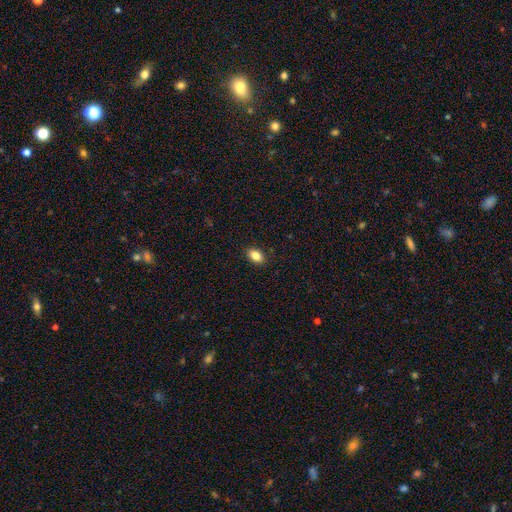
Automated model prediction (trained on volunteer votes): Overall: smooth (85%). How rounded: in between (87%). Merging: none (89%).